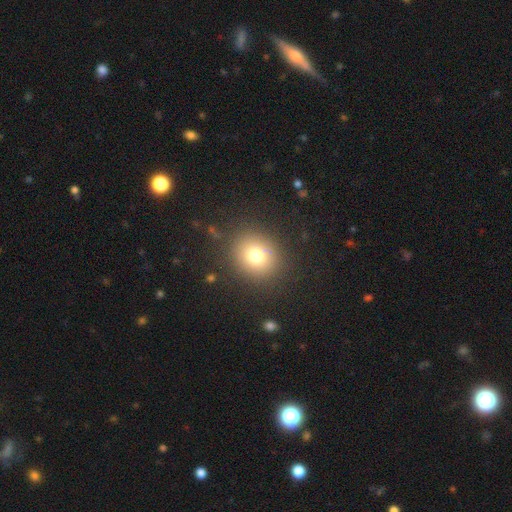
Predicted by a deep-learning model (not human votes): Smooth or featured?
  - smooth: 75% *
  - star or artifact: 14%
  - featured or disk: 11%
How rounded?
  - round: 80% *
  - in between: 19%
  - cigar-shaped: 1%
Merging?
  - none: 86% *
  - minor disturbance: 8%
  - major disturbance: 4%
  - merger: 2%